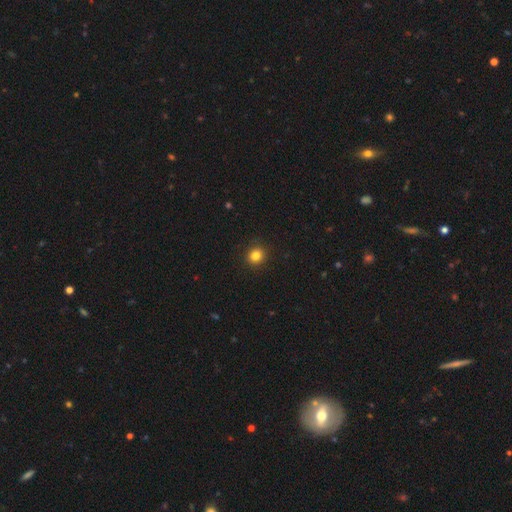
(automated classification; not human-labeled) Smooth or featured: smooth — 83% (star or artifact — 12%)
How rounded: round — 86% (in between — 13%)
Merging: none — 92% (minor disturbance — 6%)